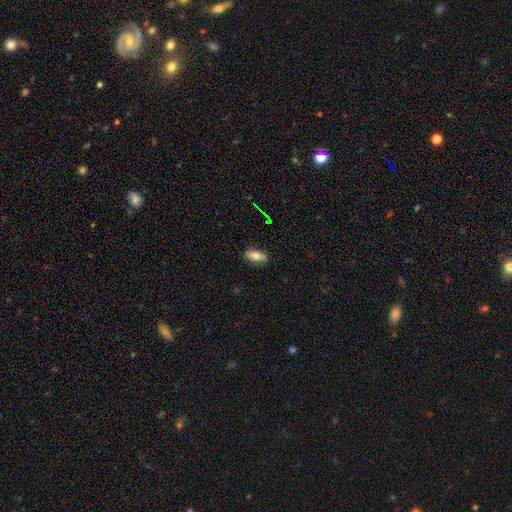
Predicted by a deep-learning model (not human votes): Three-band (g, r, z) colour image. It shows a smooth galaxy with no disk features (67%) that is in between round and cigar-shaped (74%). Merging: none (87%).